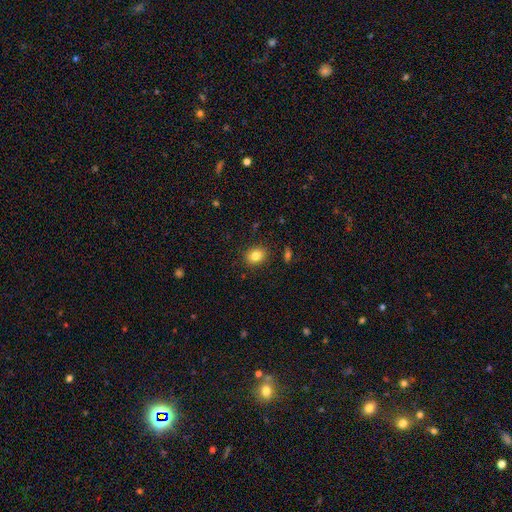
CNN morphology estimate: Overall: smooth (83%). How rounded: in between (56%; round 43%). Merging: none (88%).